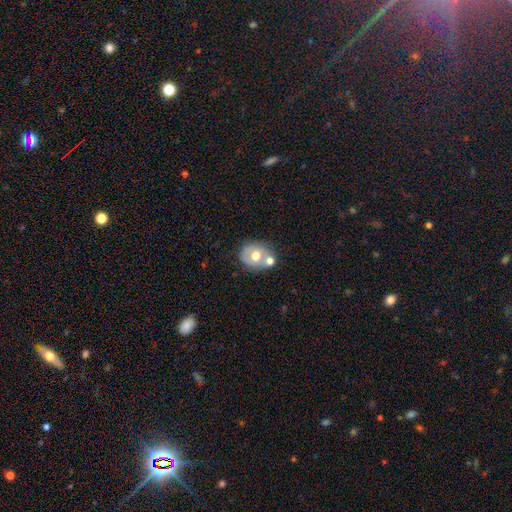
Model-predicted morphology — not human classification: A smooth galaxy with no disk features (54%) that is round (59%).

Vote fractions:
- Smooth or featured? smooth: 54% / featured or disk: 37% / star or artifact: 9%
- How rounded? round: 59% / in between: 40% / cigar-shaped: 1%
- Merging? none: 49% / merger: 31% / minor disturbance: 15% / major disturbance: 5%